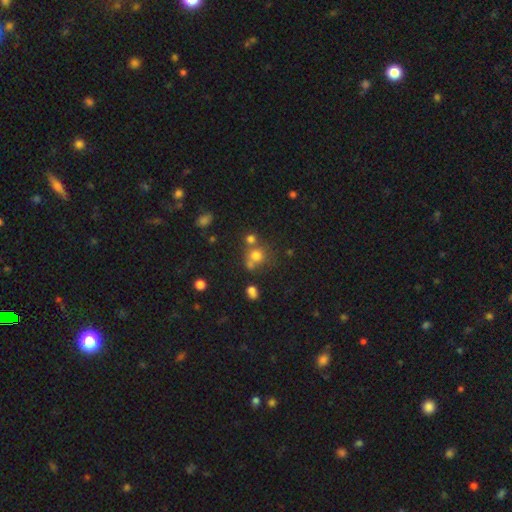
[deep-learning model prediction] Smooth or featured? Predicted: smooth (p=0.71). How rounded? Predicted: round (p=0.84). Merging? Predicted: none (p=0.53).